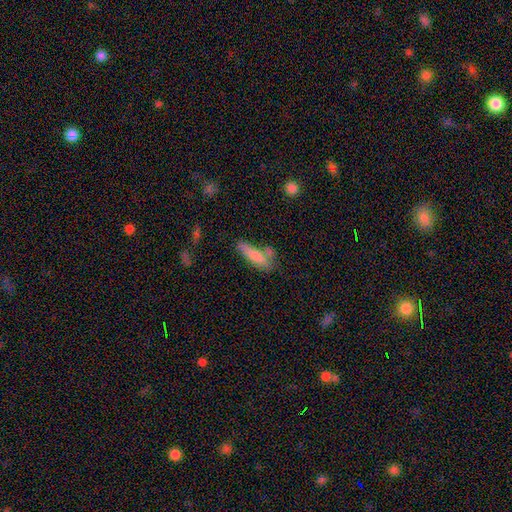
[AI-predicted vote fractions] Overall: smooth (78%). How rounded: cigar-shaped (65%; in between 33%). Merging: none (56%; minor disturbance 20%).